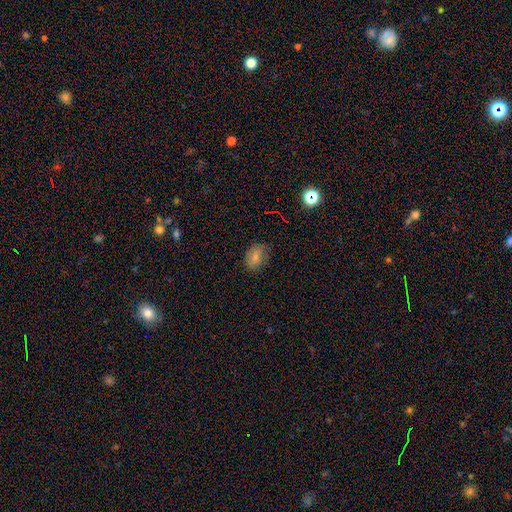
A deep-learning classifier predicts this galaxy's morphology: This is likely a smooth galaxy (63%). How rounded: likely in between (71%). Merging: likely none (72%).